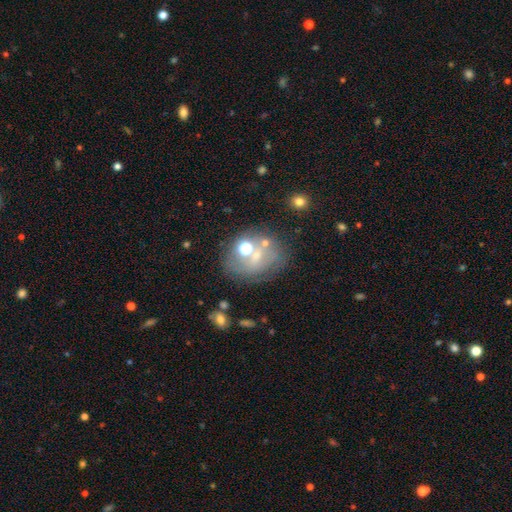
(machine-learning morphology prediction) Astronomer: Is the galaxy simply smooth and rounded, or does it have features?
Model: smooth — 42% (runner-up: featured or disk, 36%).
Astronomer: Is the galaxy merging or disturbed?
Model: none — 56%.